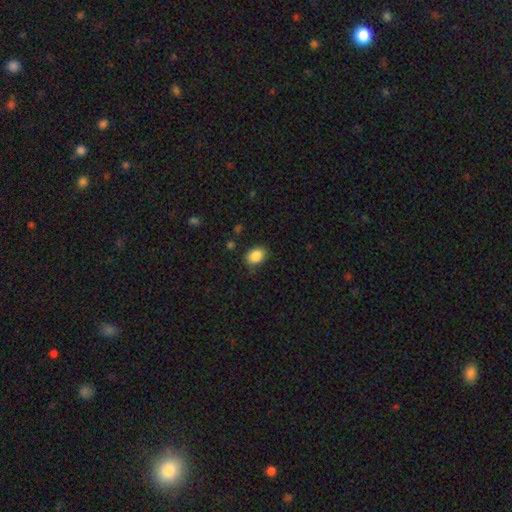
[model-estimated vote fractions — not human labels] Overall: smooth (88%). How rounded: in between (67%; round 32%). Merging: none (82%).